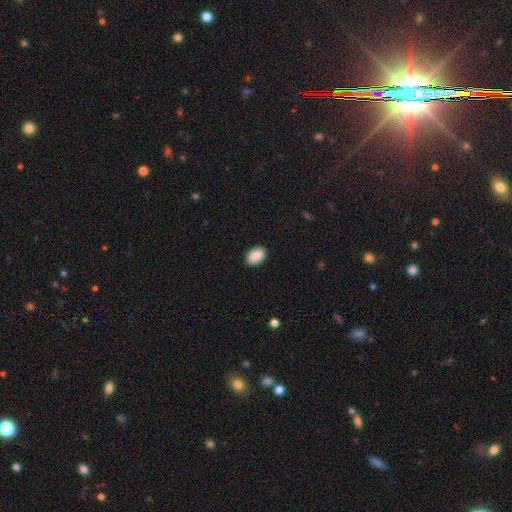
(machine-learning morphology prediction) This appears to be a smooth galaxy with no disk features (84%) that is in between round and cigar-shaped (81%). Merging: none (88%).